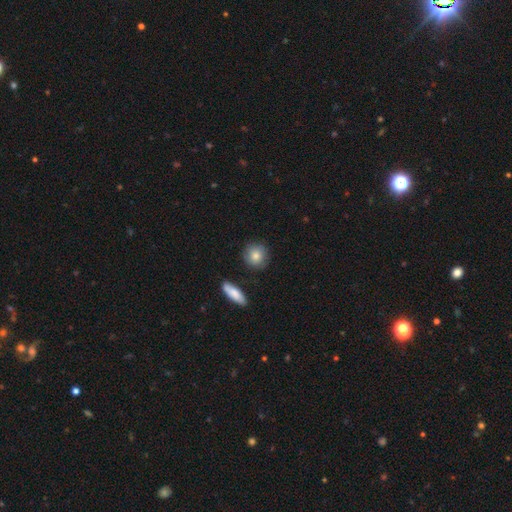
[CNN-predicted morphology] Overall: smooth (80%). How rounded: round (87%). Merging: none (82%).